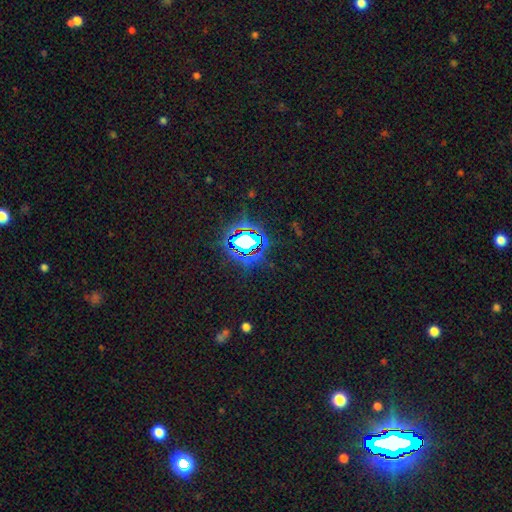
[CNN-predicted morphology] This is clearly a star or artifact rather than a galaxy (83%).